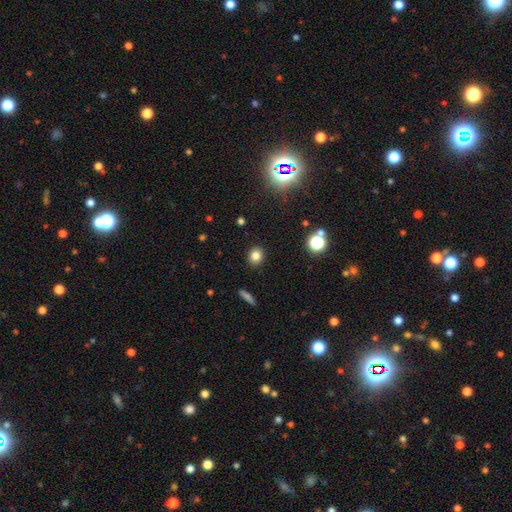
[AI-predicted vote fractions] smooth 81%, star or artifact 13%, featured or disk 6%. Down the decision tree: how rounded — round (71%); merging — none (90%).